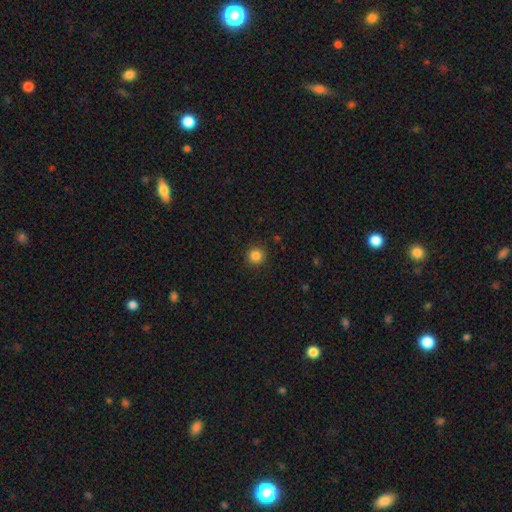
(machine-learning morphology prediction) Smooth or featured: smooth — 85% (star or artifact — 11%)
How rounded: round — 94% (in between — 5%)
Merging: none — 91% (minor disturbance — 6%)